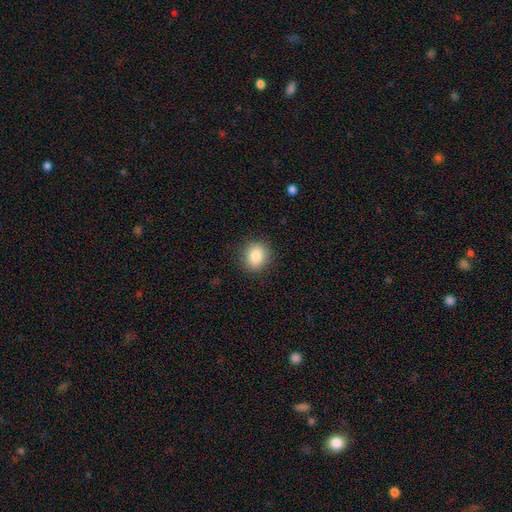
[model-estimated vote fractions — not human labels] smooth_or_featured: smooth (p=0.84) [alt: star or artifact p=0.09]
how_rounded: round (p=0.75) [alt: in between p=0.24]
merging: none (p=0.89) [alt: minor disturbance p=0.08]